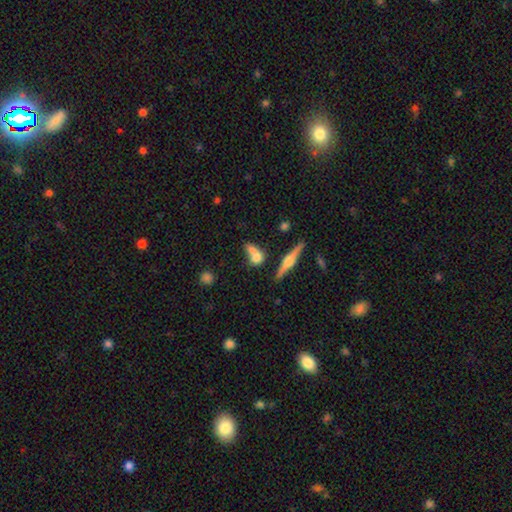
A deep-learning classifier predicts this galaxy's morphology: smooth 60%, featured or disk 30%, star or artifact 11%. Down the decision tree: how rounded — in between (45%); merging — none (41%).